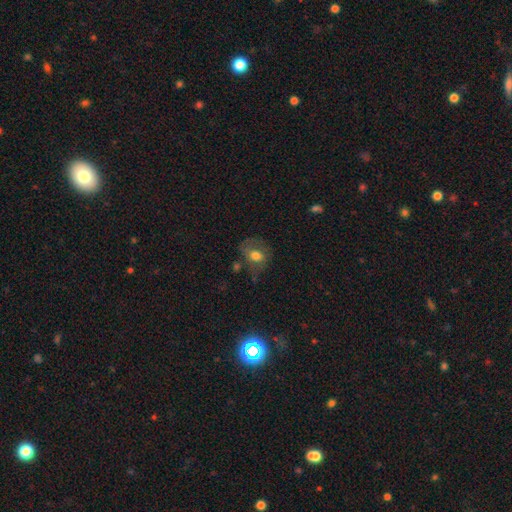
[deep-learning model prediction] Overall: smooth (62%; featured or disk 28%). How rounded: round (50%; in between 49%). Merging: none (49%; minor disturbance 27%).